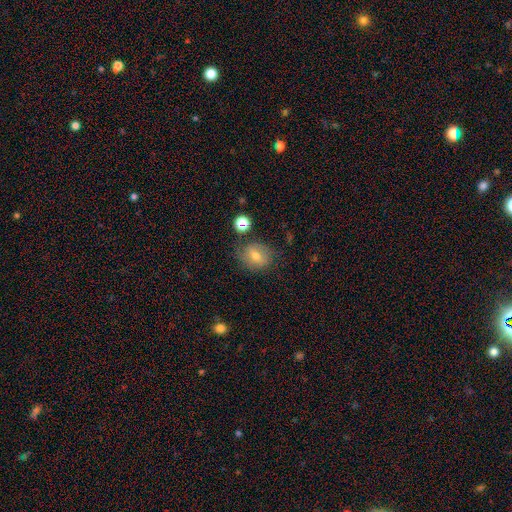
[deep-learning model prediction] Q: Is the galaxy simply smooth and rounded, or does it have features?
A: smooth — 58%.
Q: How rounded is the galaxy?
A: round — 60%.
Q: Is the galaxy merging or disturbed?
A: none — 67%.